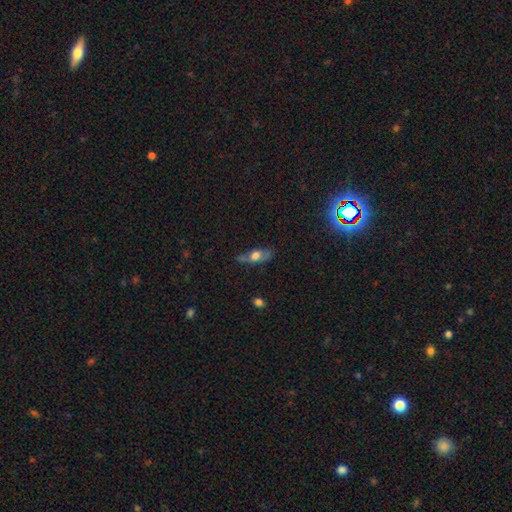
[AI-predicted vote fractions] smooth_or_featured: smooth (p=0.55) [alt: featured or disk p=0.36]
how_rounded: in between (p=0.68) [alt: cigar-shaped p=0.27]
merging: none (p=0.58) [alt: minor disturbance p=0.28]